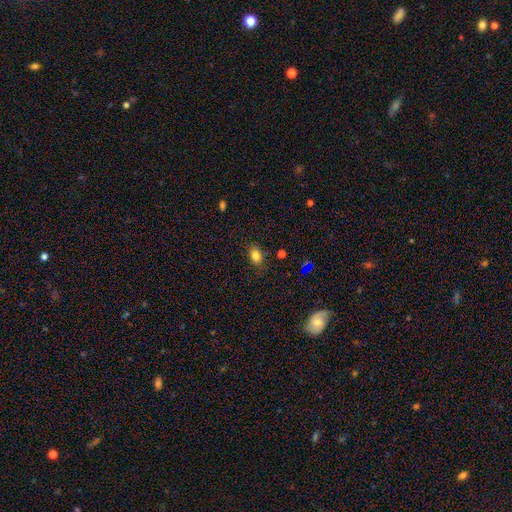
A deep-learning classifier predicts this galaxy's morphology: Smooth or featured?
  - smooth: 80% *
  - star or artifact: 13%
  - featured or disk: 7%
How rounded?
  - in between: 71% *
  - round: 27%
  - cigar-shaped: 2%
Merging?
  - none: 79% *
  - minor disturbance: 15%
  - major disturbance: 4%
  - merger: 2%